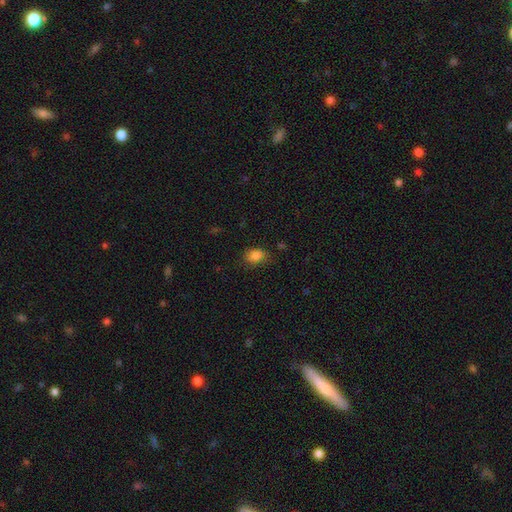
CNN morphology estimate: smooth-or-featured: smooth: 85% | star or artifact: 10% | featured or disk: 5%
  how-rounded: in between: 71% | round: 27% | cigar-shaped: 1%
  merging: none: 72% | minor disturbance: 21% | major disturbance: 5% | merger: 2%